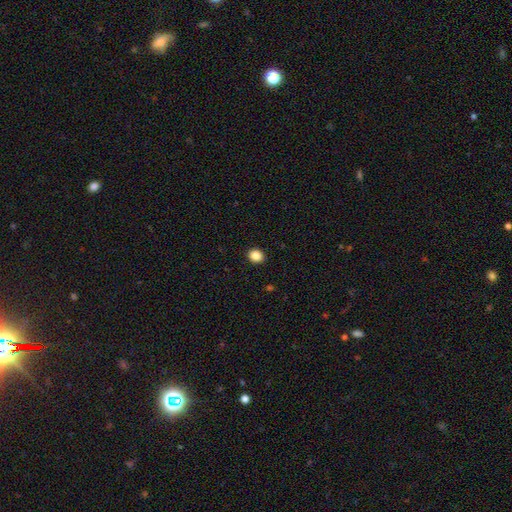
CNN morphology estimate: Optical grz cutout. It shows a smooth galaxy with no disk features (87%) that is round (62%). Merging: none (92%).